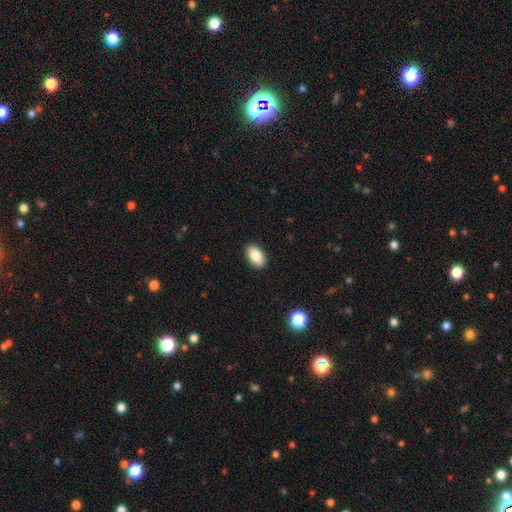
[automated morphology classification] Smooth or featured?
  - smooth: 86% *
  - featured or disk: 7%
  - star or artifact: 7%
How rounded?
  - in between: 93% *
  - round: 5%
  - cigar-shaped: 2%
Merging?
  - none: 90% *
  - minor disturbance: 7%
  - major disturbance: 2%
  - merger: 1%